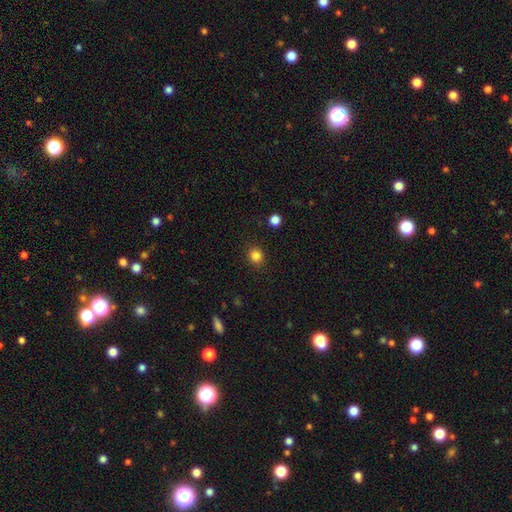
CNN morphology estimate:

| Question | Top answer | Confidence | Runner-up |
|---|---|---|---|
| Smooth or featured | smooth | 84% | star or artifact (12%) |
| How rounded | round | 82% | in between (17%) |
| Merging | none | 89% | minor disturbance (7%) |